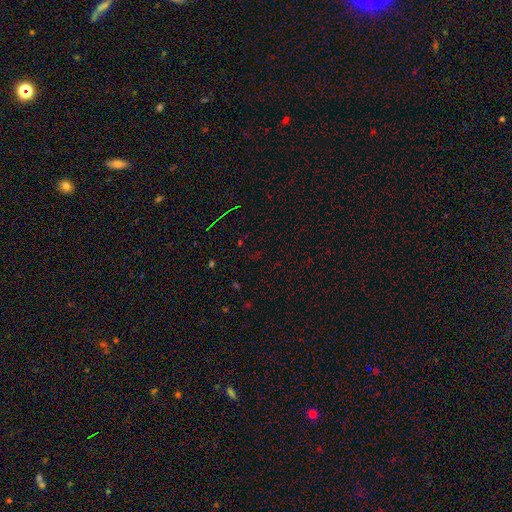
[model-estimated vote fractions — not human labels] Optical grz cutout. It shows a star or artifact, not a galaxy (70%).